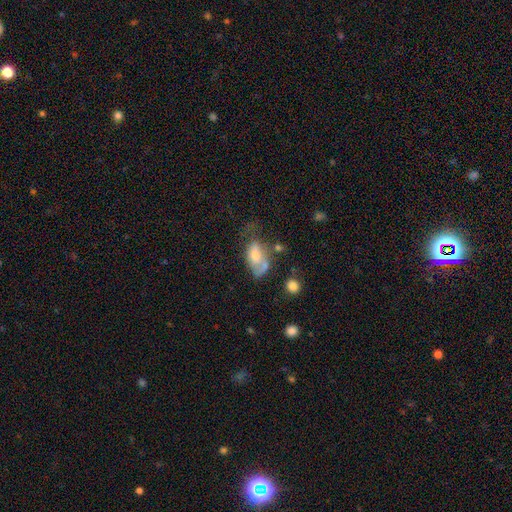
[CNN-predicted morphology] The model was most divided on "merging": major disturbance: 34%, none: 25%, minor disturbance: 24%, merger: 17%. More confident: how rounded — in between (89%); smooth or featured — smooth (55%).